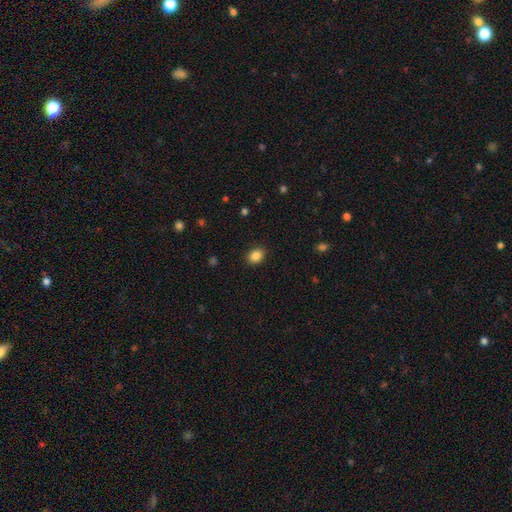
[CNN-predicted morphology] This is clearly a smooth galaxy (87%). How rounded: likely in between (65%). Merging: clearly none (88%).